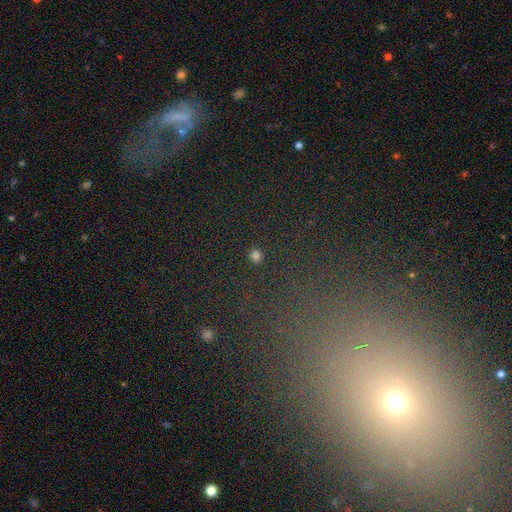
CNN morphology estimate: Q: Smooth or featured?
A: smooth (78%); runner-up: star or artifact (18%)
Q: How rounded?
A: round (86%); runner-up: in between (13%)
Q: Merging?
A: none (91%); runner-up: minor disturbance (5%)